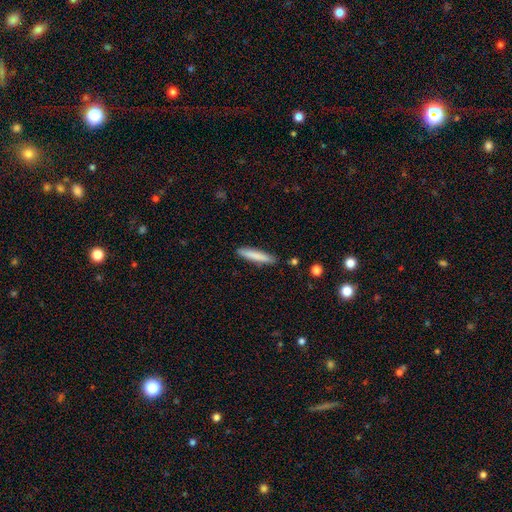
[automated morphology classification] Smooth or featured: smooth — 81% (featured or disk — 13%)
How rounded: cigar-shaped — 91% (in between — 8%)
Merging: none — 88% (minor disturbance — 9%)